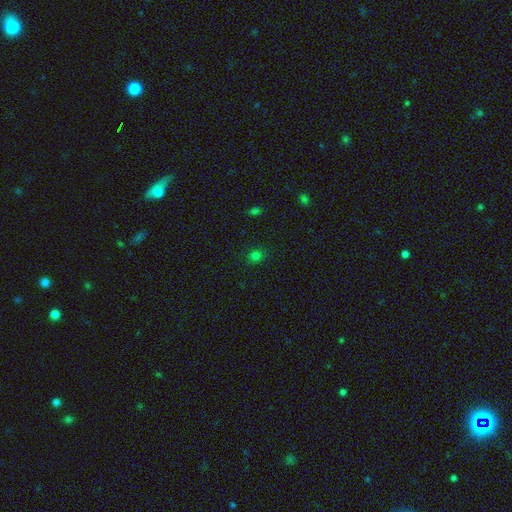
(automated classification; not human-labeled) smooth_or_featured: smooth (p=0.75) [alt: star or artifact p=0.21]
how_rounded: round (p=0.65) [alt: in between p=0.34]
merging: none (p=0.83) [alt: minor disturbance p=0.12]